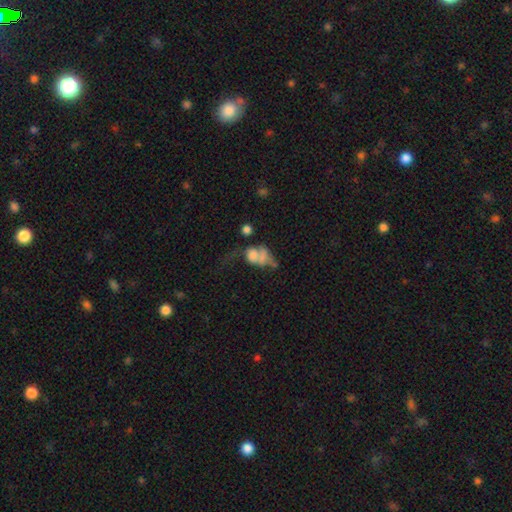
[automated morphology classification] Smooth or featured? Predicted: smooth (p=0.54). How rounded? Predicted: in between (p=0.58). Merging? Predicted: merger (p=0.41).